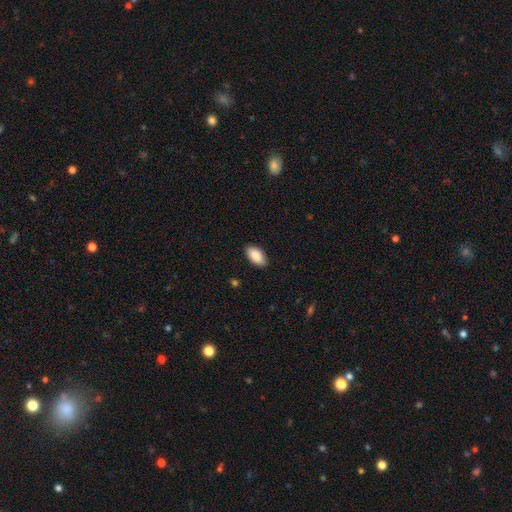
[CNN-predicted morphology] Smooth or featured? smooth (89%)
How rounded? in between (94%)
Merging? none (88%)